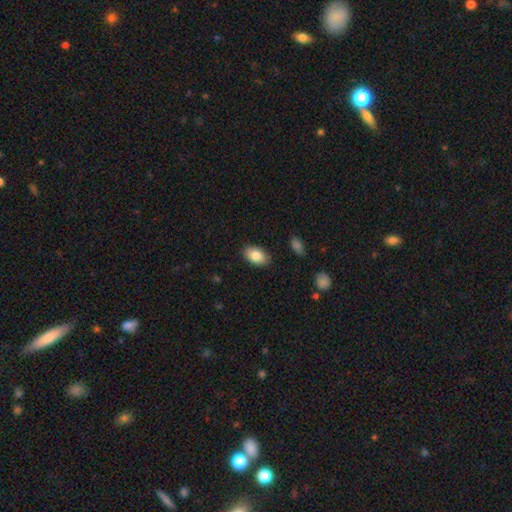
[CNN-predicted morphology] A smooth galaxy with no disk features (84%) that is in between round and cigar-shaped (91%). Merging: none (86%).